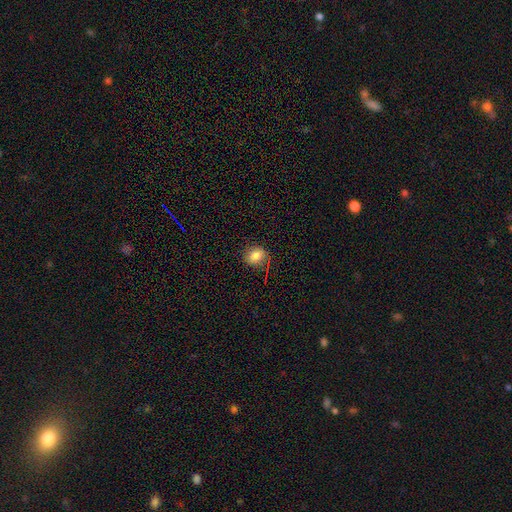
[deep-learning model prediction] A smooth galaxy with no disk features (80%) that is round (60%).

Vote fractions:
- Smooth or featured? smooth: 80% / star or artifact: 11% / featured or disk: 9%
- How rounded? round: 60% / in between: 38% / cigar-shaped: 1%
- Merging? none: 82% / minor disturbance: 13% / major disturbance: 3% / merger: 1%